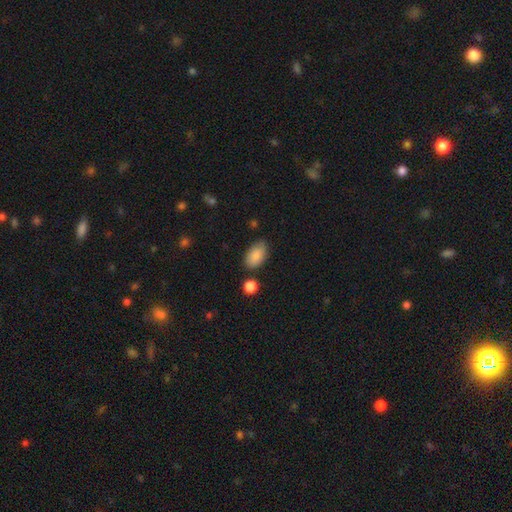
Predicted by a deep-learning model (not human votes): smooth_or_featured: smooth (p=0.86) [alt: featured or disk p=0.07]
how_rounded: in between (p=0.93) [alt: round p=0.05]
merging: none (p=0.73) [alt: minor disturbance p=0.20]